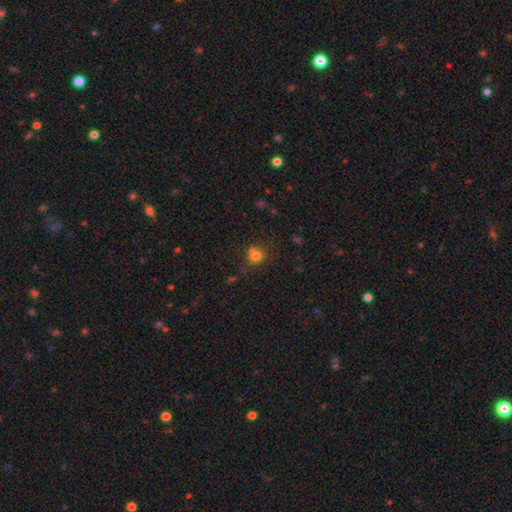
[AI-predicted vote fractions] This appears to be a smooth galaxy with no disk features (75%) that is round (80%). Merging: none (51%).